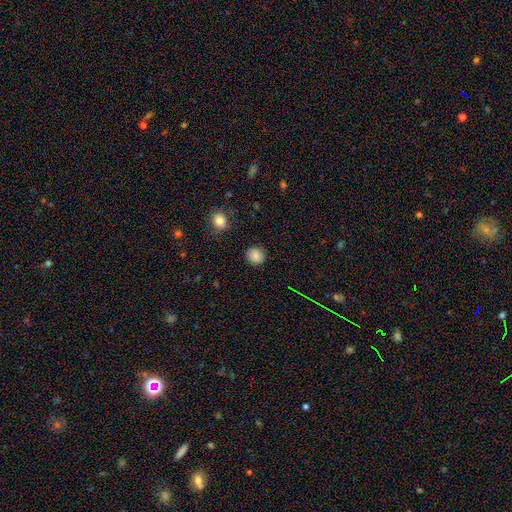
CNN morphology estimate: This is clearly a smooth galaxy (86%). How rounded: clearly round (86%). Merging: clearly none (89%).